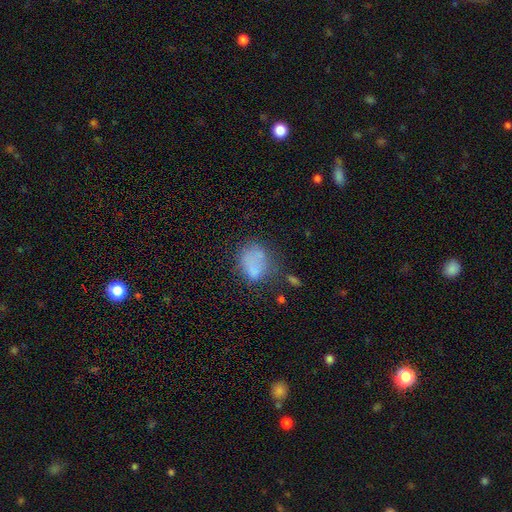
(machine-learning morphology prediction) Smooth or featured: smooth — 68% (featured or disk — 19%)
How rounded: round — 50% (in between — 49%)
Merging: none — 43% (minor disturbance — 25%)